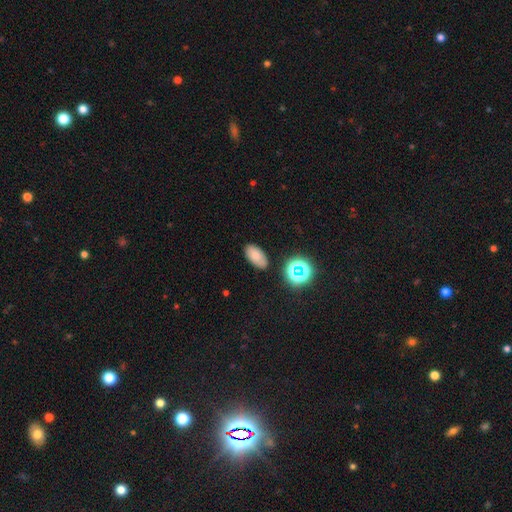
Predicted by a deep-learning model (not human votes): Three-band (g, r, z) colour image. It shows a smooth galaxy with no disk features (76%) that is in between round and cigar-shaped (93%). Merging: none (84%).